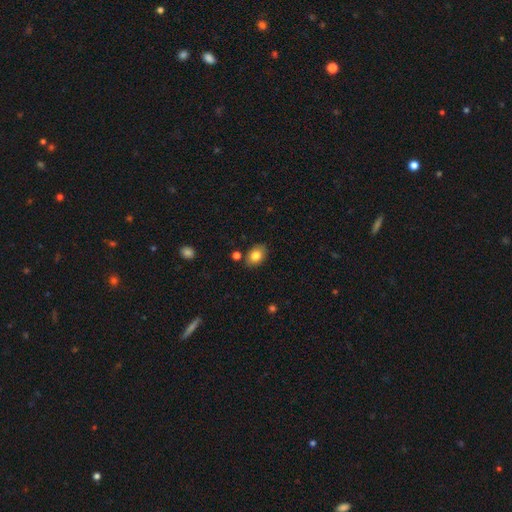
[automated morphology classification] A smooth galaxy with no disk features (81%) that is in between round and cigar-shaped (75%). Merging: none (80%).